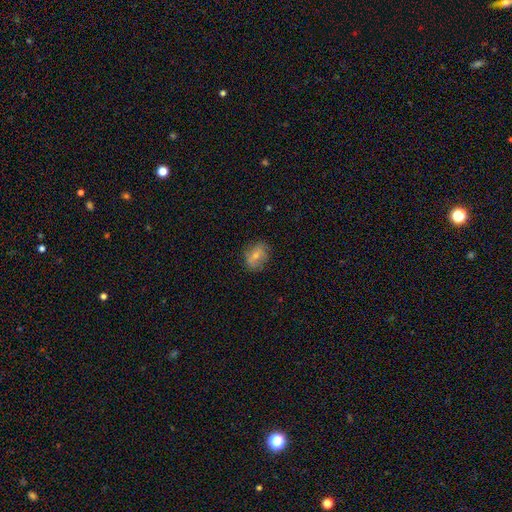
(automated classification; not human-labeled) smooth_or_featured: smooth (p=0.65) [alt: featured or disk p=0.25]
how_rounded: in between (p=0.64) [alt: round p=0.33]
merging: none (p=0.78) [alt: minor disturbance p=0.16]